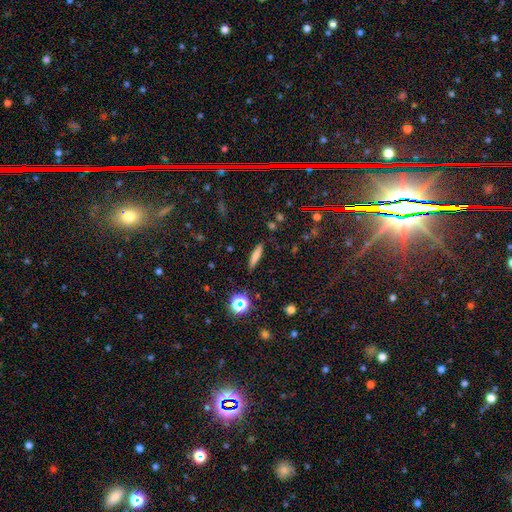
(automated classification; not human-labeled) This is likely a smooth galaxy (70%). How rounded: clearly cigar-shaped (84%). Merging: clearly none (87%).